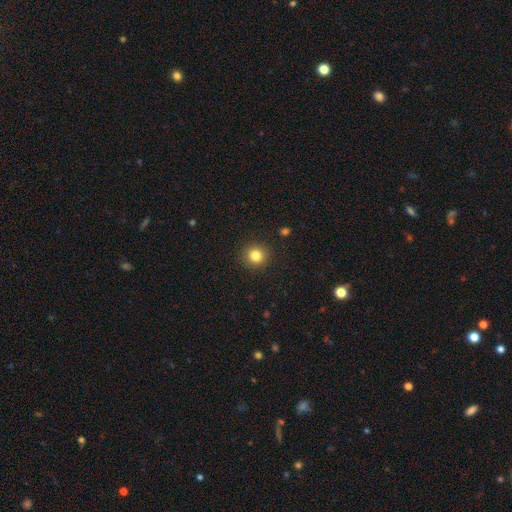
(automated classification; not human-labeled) Q: Smooth or featured?
A: smooth (83%); runner-up: star or artifact (12%)
Q: How rounded?
A: round (90%); runner-up: in between (9%)
Q: Merging?
A: none (91%); runner-up: minor disturbance (6%)